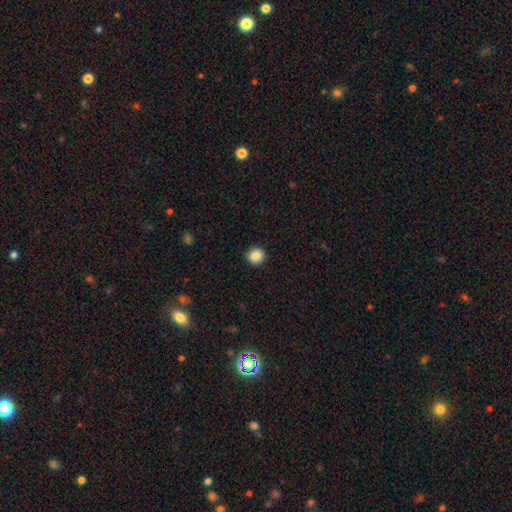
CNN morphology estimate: Q: Smooth or featured?
A: smooth (86%); runner-up: star or artifact (9%)
Q: How rounded?
A: round (86%); runner-up: in between (13%)
Q: Merging?
A: none (90%); runner-up: minor disturbance (7%)